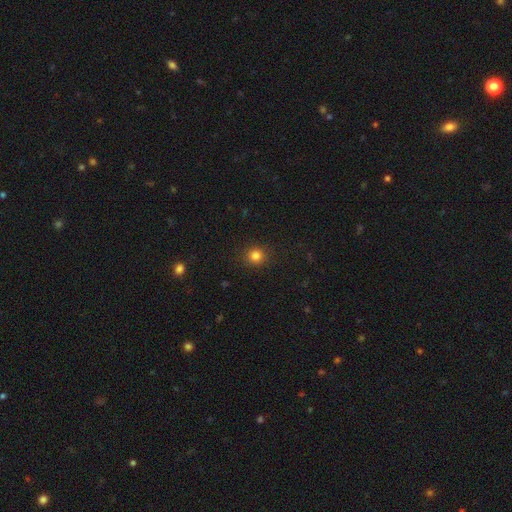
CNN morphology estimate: Smooth or featured? Predicted: smooth (p=0.82). How rounded? Predicted: round (p=0.89). Merging? Predicted: none (p=0.90).